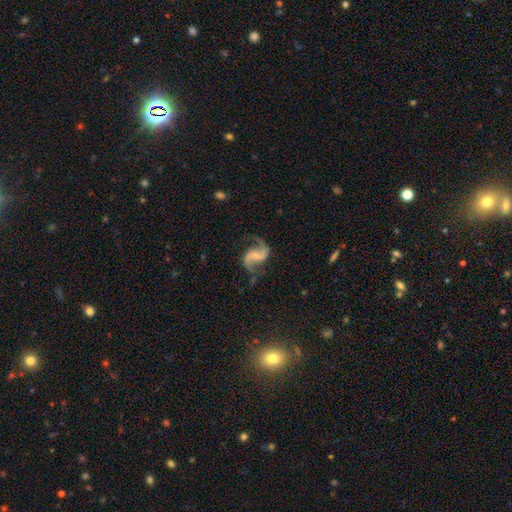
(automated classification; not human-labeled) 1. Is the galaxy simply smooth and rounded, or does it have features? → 90% featured or disk, 5% smooth, 5% star or artifact.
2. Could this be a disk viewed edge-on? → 98% no, 2% yes.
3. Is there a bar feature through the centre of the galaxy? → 42% weak, 40% no, 18% strong.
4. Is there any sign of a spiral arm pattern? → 97% yes, 3% no.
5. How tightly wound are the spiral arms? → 65% loose, 30% medium, 5% tight.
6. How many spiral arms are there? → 93% 2, 2% 1, 2% can't tell, 1% 3, 1% 4, 1% more than 4.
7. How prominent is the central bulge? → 53% small, 27% moderate, 16% none, 3% large, 1% dominant.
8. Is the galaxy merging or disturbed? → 73% none, 16% minor disturbance, 9% major disturbance, 2% merger.